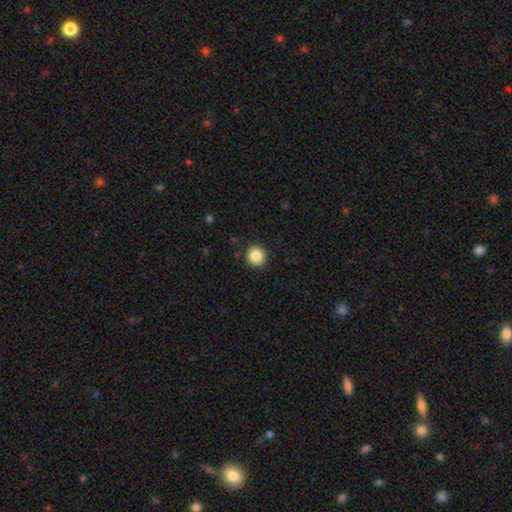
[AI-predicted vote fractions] Overall: smooth (86%). How rounded: round (92%). Merging: none (91%).